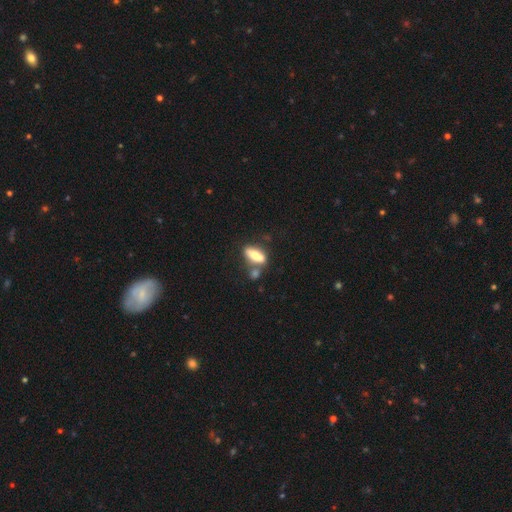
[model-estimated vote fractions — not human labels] smooth_or_featured: smooth (p=0.67) [alt: featured or disk p=0.26]
how_rounded: in between (p=0.72) [alt: cigar-shaped p=0.24]
merging: none (p=0.48) [alt: merger p=0.31]